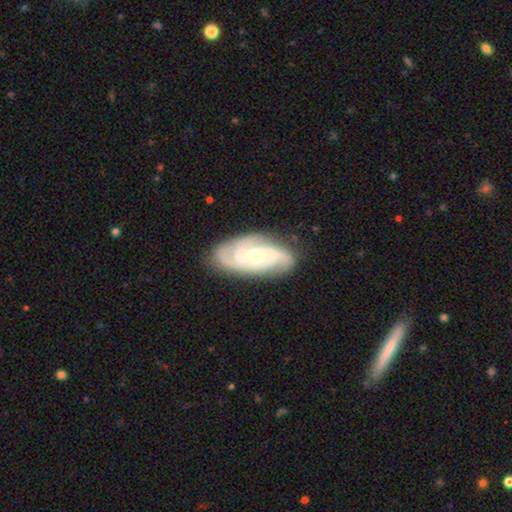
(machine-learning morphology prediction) A featured or disk galaxy (88%) with no bar (66%), 3 (54%) tight (54%) spiral arms (98%) and a small central bulge (52%).

Vote fractions:
- Smooth or featured? featured or disk: 88% / smooth: 7% / star or artifact: 5%
- Edge-on disk? no: 96% / yes: 4%
- Bar? no: 66% / weak: 27% / strong: 7%
- Spiral arms? yes: 98% / no: 2%
- Spiral winding? tight: 54% / medium: 39% / loose: 7%
- Spiral arm count? 3: 54% / 2: 19% / 4: 10% / can't tell: 9% / 1: 3% / more than 4: 3%
- Bulge size? small: 52% / moderate: 45% / large: 1% / none: 1% / dominant: 1%
- Merging? none: 79% / minor disturbance: 16% / major disturbance: 4% / merger: 1%